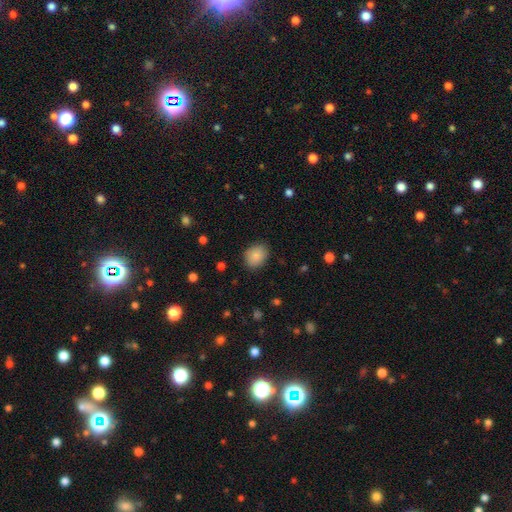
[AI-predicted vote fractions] Morphology: type=smooth (86%); roundness=in between (54%); merging=none (85%).